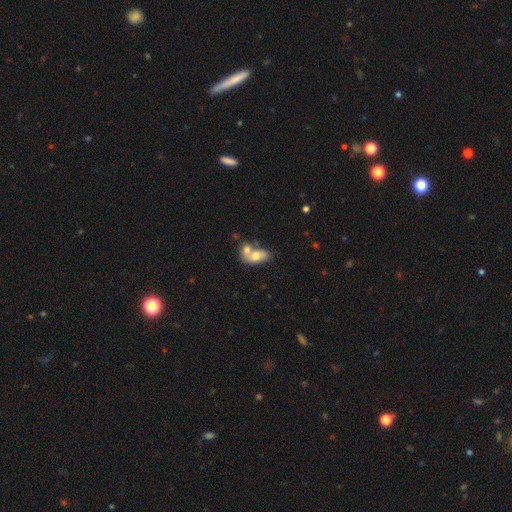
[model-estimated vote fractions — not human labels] Smooth or featured? Predicted: smooth (p=0.64). How rounded? Predicted: in between (p=0.83). Merging? Predicted: merger (p=0.66).